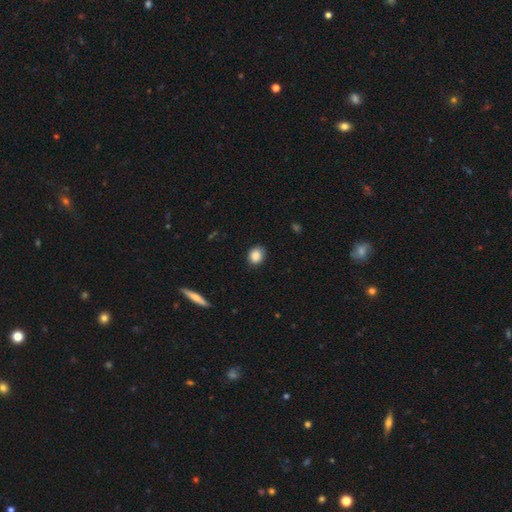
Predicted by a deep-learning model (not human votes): Morphology: type=smooth (87%); roundness=round (64%); merging=none (86%).